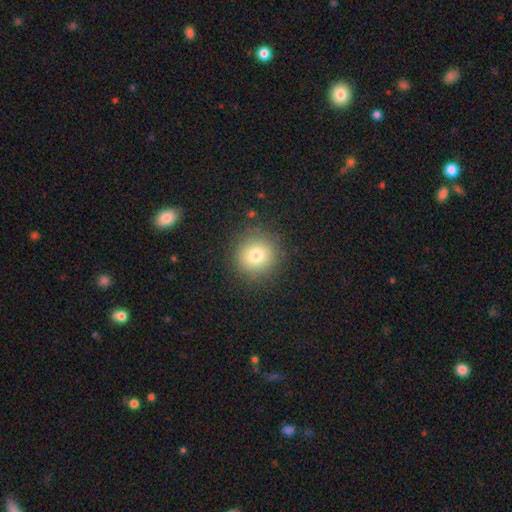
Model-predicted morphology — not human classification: A smooth galaxy with no disk features (78%) that is round (93%).

Vote fractions:
- Smooth or featured? smooth: 78% / star or artifact: 13% / featured or disk: 9%
- How rounded? round: 93% / in between: 7% / cigar-shaped: 1%
- Merging? none: 88% / minor disturbance: 8% / major disturbance: 3% / merger: 1%